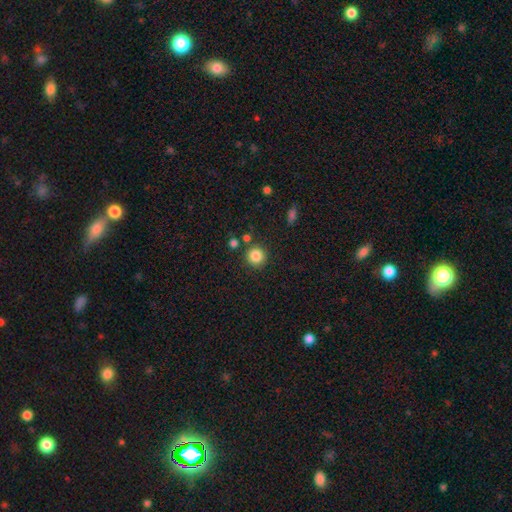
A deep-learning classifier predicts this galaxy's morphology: A smooth galaxy with no disk features (85%) that is round (94%). Merging: none (86%).